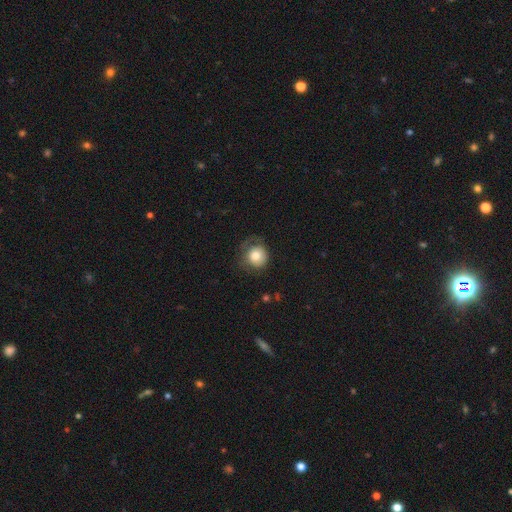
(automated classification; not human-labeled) This appears to be a smooth galaxy with no disk features (75%) that is round (89%). Merging: none (53%).